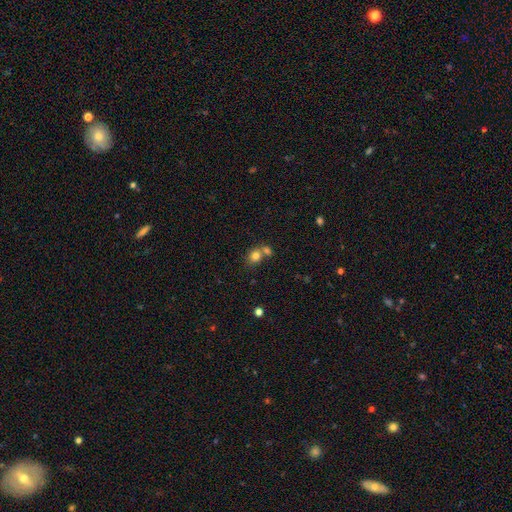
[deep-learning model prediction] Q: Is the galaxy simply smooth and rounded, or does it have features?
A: smooth — 79%.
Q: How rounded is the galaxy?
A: round — 69%.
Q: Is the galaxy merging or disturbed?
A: merger — 47%.